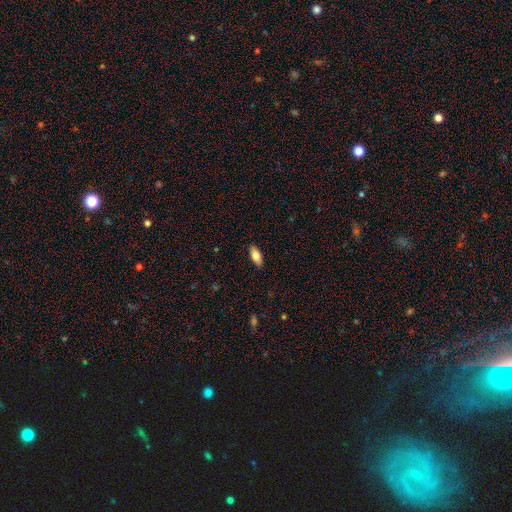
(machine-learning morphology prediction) type=smooth (81%); roundness=in between (85%); merging=none (88%).